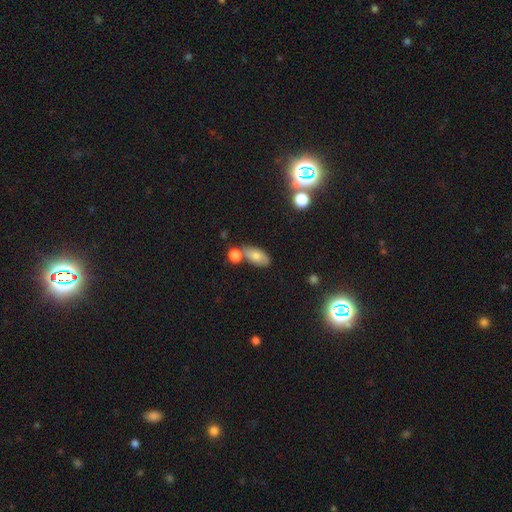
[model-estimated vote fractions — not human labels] A smooth galaxy with no disk features (75%) that is in between round and cigar-shaped (89%).

Vote fractions:
- Smooth or featured? smooth: 75% / featured or disk: 15% / star or artifact: 10%
- How rounded? in between: 89% / round: 6% / cigar-shaped: 5%
- Merging? none: 61% / merger: 20% / minor disturbance: 15% / major disturbance: 4%